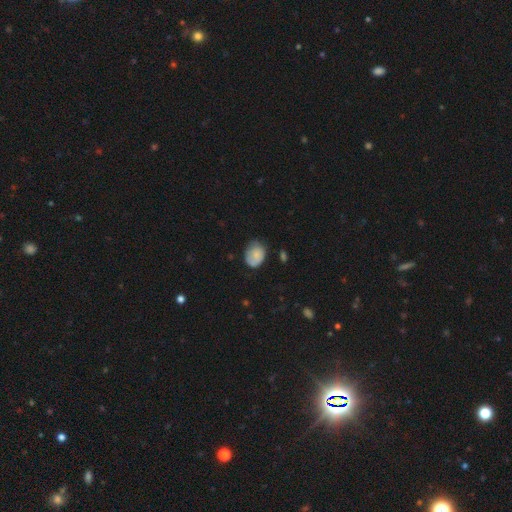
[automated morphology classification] smooth-or-featured: smooth: 77% | featured or disk: 16% | star or artifact: 8%
  how-rounded: in between: 61% | round: 38% | cigar-shaped: 1%
  merging: none: 53% | minor disturbance: 35% | major disturbance: 10% | merger: 2%